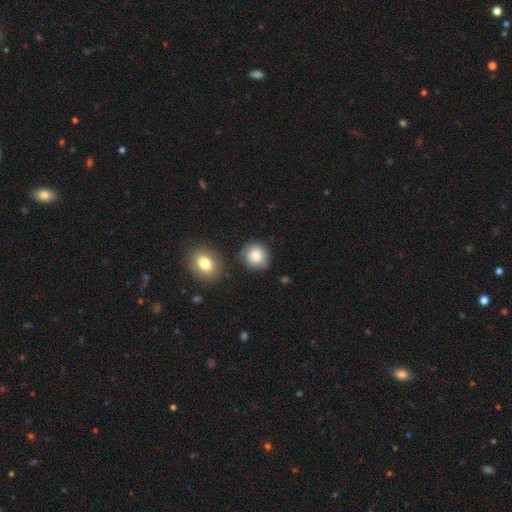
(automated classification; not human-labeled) Q: Smooth or featured?
A: smooth (83%); runner-up: featured or disk (9%)
Q: How rounded?
A: round (87%); runner-up: in between (12%)
Q: Merging?
A: none (76%); runner-up: minor disturbance (16%)